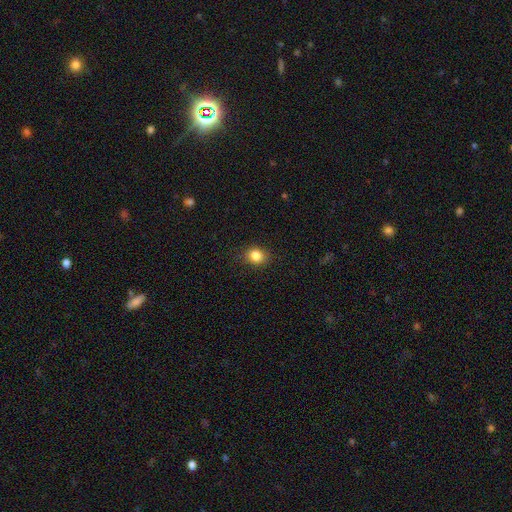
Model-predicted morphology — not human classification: The model was most divided on "how rounded": round: 62%, in between: 37%, cigar-shaped: 1%. More confident: merging — none (86%); smooth or featured — smooth (84%).